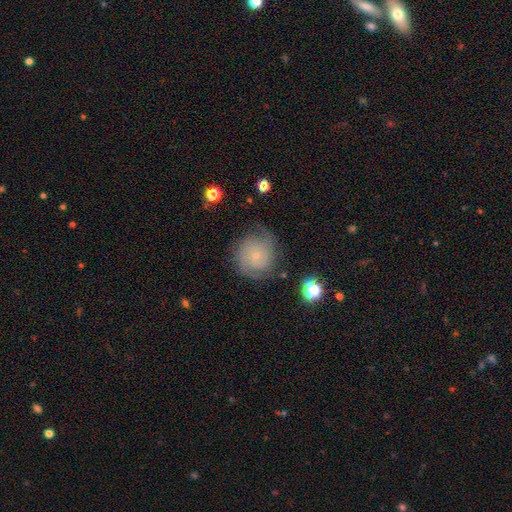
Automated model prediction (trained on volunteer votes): Smooth or featured: featured or disk — 67% (smooth — 24%)
Edge-on disk: no — 98% (yes — 2%)
Bar: no — 79% (weak — 18%)
Spiral arms: yes — 91% (no — 9%)
Spiral winding: tight — 62% (medium — 29%)
Spiral arm count: 2 — 51% (can't tell — 26%)
Bulge size: small — 81% (moderate — 13%)
Merging: none — 72% (minor disturbance — 18%)